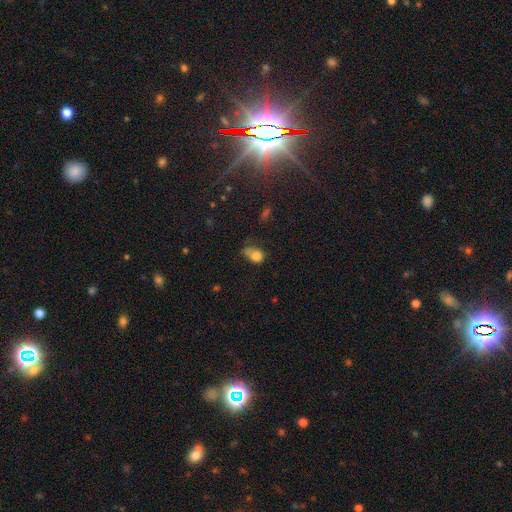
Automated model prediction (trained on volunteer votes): Overall: smooth (77%). How rounded: in between (61%; round 37%). Merging: minor disturbance (33%; major disturbance 29%).